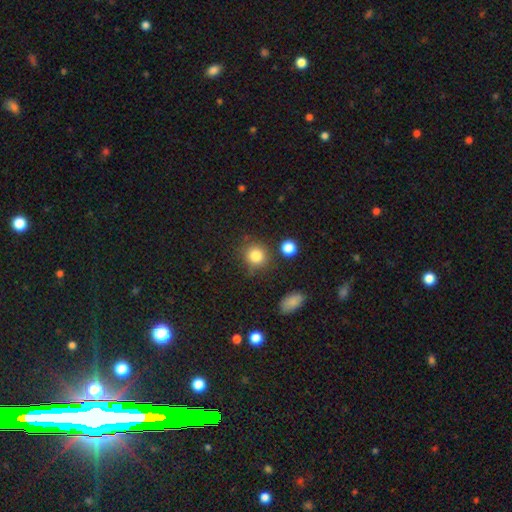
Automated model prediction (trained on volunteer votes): Smooth or featured?
  - smooth: 82% *
  - star or artifact: 12%
  - featured or disk: 6%
How rounded?
  - round: 87% *
  - in between: 12%
  - cigar-shaped: 1%
Merging?
  - none: 78% *
  - minor disturbance: 12%
  - merger: 6%
  - major disturbance: 4%